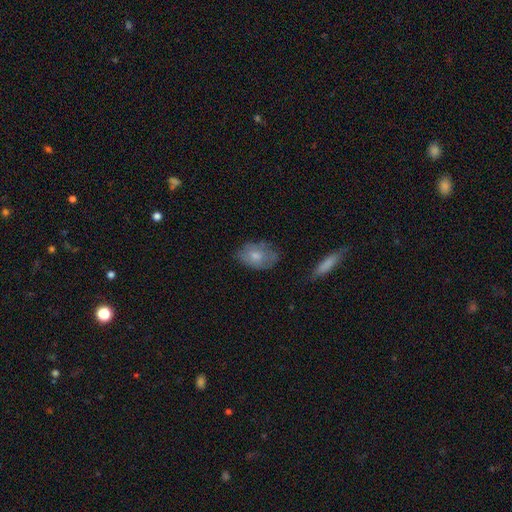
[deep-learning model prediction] A smooth galaxy with no disk features (72%) that is in between round and cigar-shaped (81%).

Vote fractions:
- Smooth or featured? smooth: 72% / featured or disk: 22% / star or artifact: 7%
- How rounded? in between: 81% / round: 17% / cigar-shaped: 1%
- Merging? none: 61% / minor disturbance: 28% / major disturbance: 8% / merger: 2%